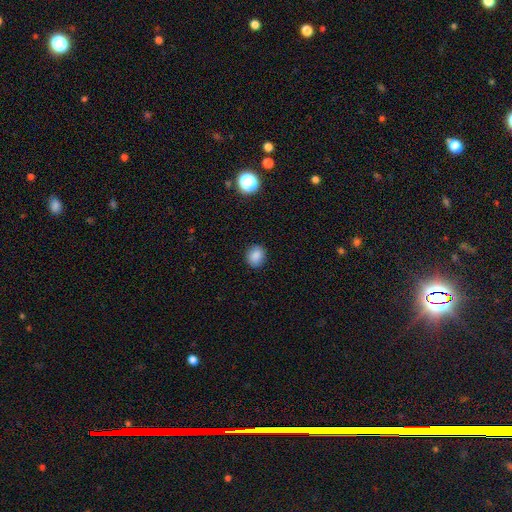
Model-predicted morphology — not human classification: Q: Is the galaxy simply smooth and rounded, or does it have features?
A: smooth — 85%.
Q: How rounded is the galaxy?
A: round — 71%.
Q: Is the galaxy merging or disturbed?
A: none — 88%.